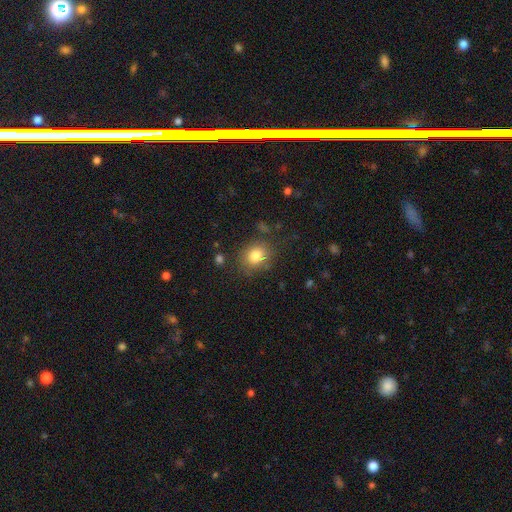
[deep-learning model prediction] smooth_or_featured: smooth (p=0.81) [alt: star or artifact p=0.11]
how_rounded: round (p=0.62) [alt: in between p=0.37]
merging: none (p=0.78) [alt: minor disturbance p=0.14]